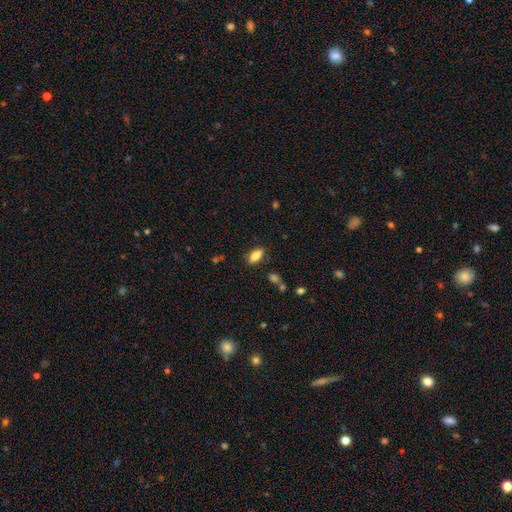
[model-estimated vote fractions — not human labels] Smooth or featured: smooth — 81% (featured or disk — 11%)
How rounded: in between — 84% (cigar-shaped — 13%)
Merging: none — 83% (minor disturbance — 12%)